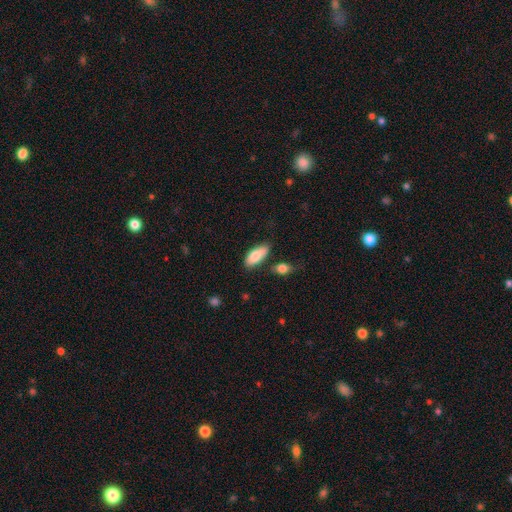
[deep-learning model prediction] This appears to be a smooth galaxy with no disk features (83%) that is in between round and cigar-shaped (86%). Merging: none (72%).